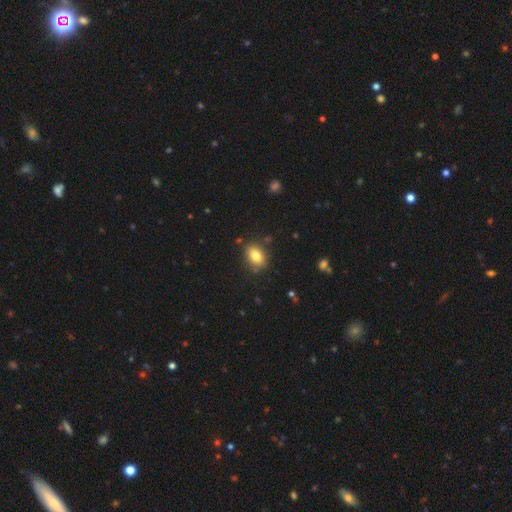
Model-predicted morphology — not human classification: Overall: smooth (82%). How rounded: in between (81%). Merging: none (83%).